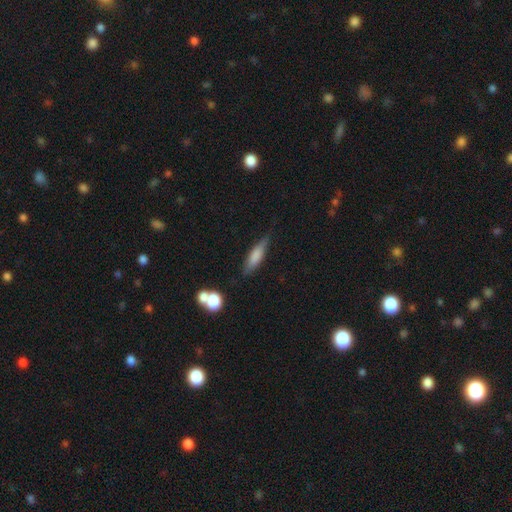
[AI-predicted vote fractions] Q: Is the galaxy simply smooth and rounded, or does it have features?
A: smooth — 68%.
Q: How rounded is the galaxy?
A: cigar-shaped — 65%.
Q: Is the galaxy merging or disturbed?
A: none — 74%.